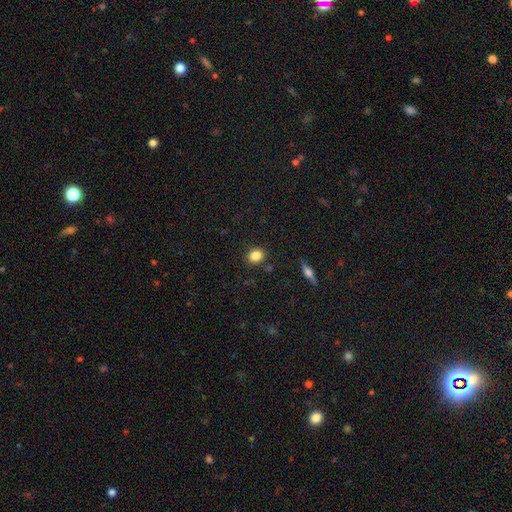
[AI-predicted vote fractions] A smooth galaxy with no disk features (84%) that is round (66%).

Vote fractions:
- Smooth or featured? smooth: 84% / star or artifact: 10% / featured or disk: 6%
- How rounded? round: 66% / in between: 32% / cigar-shaped: 1%
- Merging? none: 87% / minor disturbance: 8% / merger: 2% / major disturbance: 2%